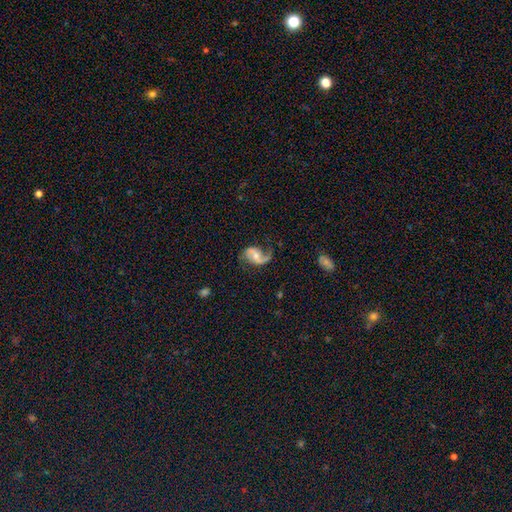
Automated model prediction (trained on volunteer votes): The model was most divided on "bar": no: 47%, weak: 37%, strong: 16%. More confident: edge-on disk — no (97%); spiral arms — yes (95%); smooth or featured — featured or disk (83%); spiral arm count — 2 (78%); merging — none (62%); spiral winding — loose (61%); bulge size — moderate (53%).